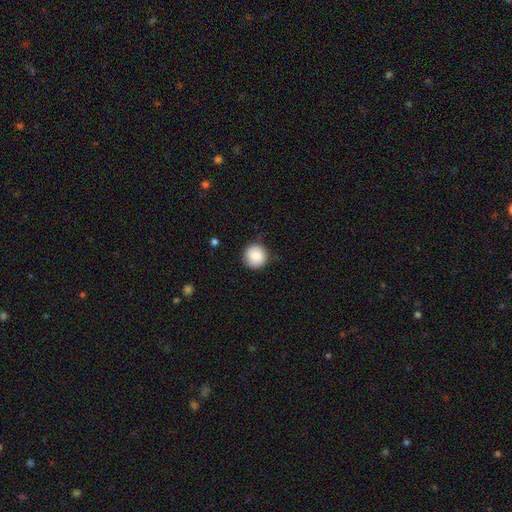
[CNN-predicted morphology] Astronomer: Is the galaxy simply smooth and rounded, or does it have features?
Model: smooth — 86%.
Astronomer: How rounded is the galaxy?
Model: round — 94%.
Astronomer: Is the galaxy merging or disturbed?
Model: none — 81%.